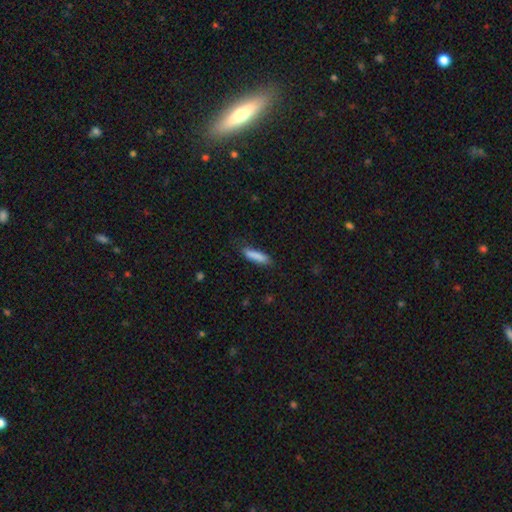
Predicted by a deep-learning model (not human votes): This appears to be a smooth galaxy with no disk features (86%) that is cigar-shaped (73%). Merging: none (76%).